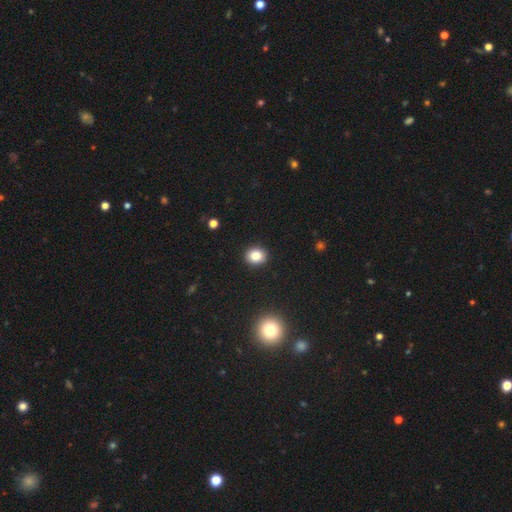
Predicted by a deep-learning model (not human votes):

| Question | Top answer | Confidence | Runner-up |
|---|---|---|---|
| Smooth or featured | smooth | 83% | star or artifact (11%) |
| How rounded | round | 70% | in between (29%) |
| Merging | none | 91% | minor disturbance (6%) |